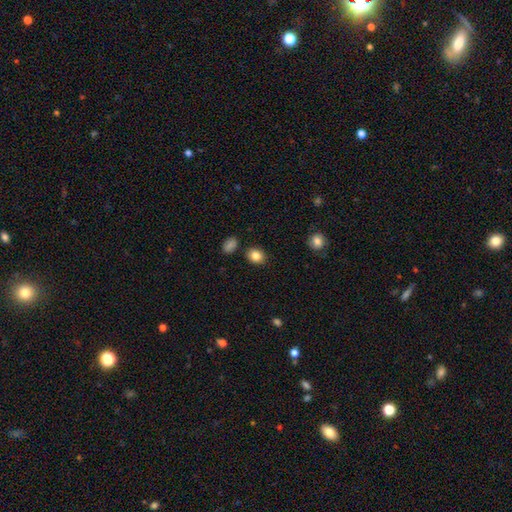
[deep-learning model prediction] Smooth or featured?
  - smooth: 85% *
  - star or artifact: 9%
  - featured or disk: 6%
How rounded?
  - round: 59% *
  - in between: 40%
  - cigar-shaped: 1%
Merging?
  - none: 86% *
  - minor disturbance: 9%
  - merger: 3%
  - major disturbance: 2%